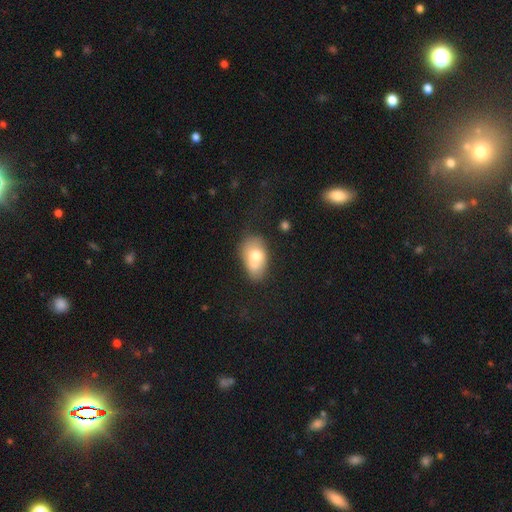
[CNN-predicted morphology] Smooth or featured: smooth — 67% (featured or disk — 24%)
How rounded: in between — 83% (round — 15%)
Merging: none — 35% (merger — 32%)